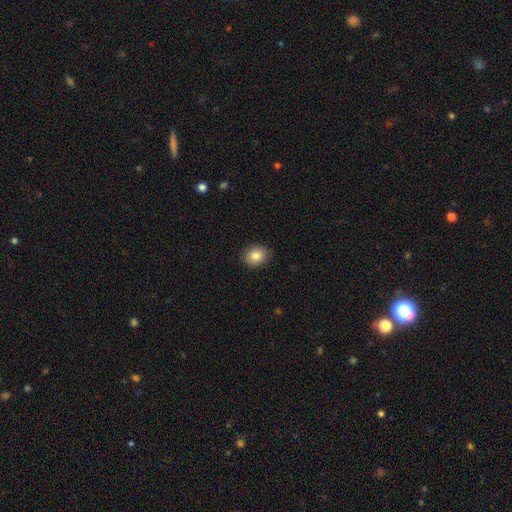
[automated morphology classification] The model was most divided on "how rounded": round: 55%, in between: 44%, cigar-shaped: 1%. More confident: merging — none (89%); smooth or featured — smooth (84%).